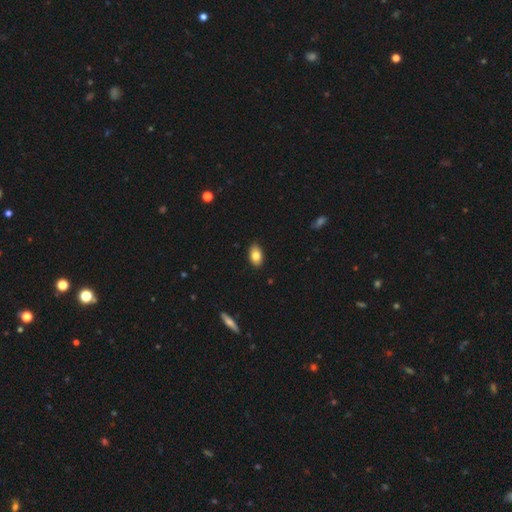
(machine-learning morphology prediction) Smooth or featured? smooth (82%)
How rounded? in between (90%)
Merging? none (88%)